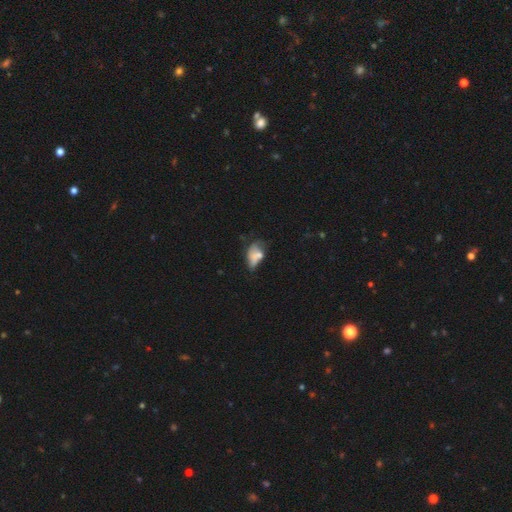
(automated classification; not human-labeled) smooth 59%, featured or disk 29%, star or artifact 12%. Down the decision tree: how rounded — in between (85%); merging — minor disturbance (28%).